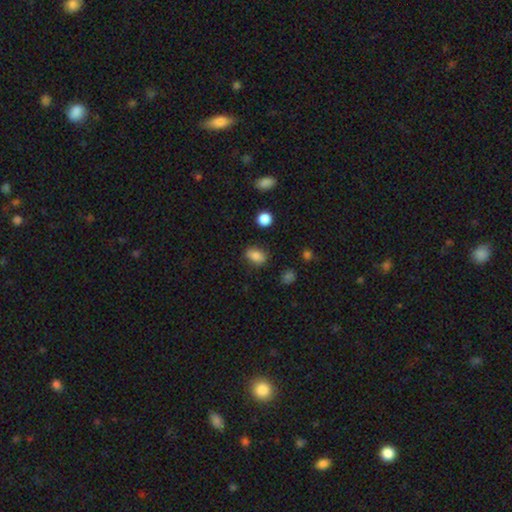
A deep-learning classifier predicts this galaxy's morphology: A smooth galaxy with no disk features (84%) that is in between round and cigar-shaped (79%). Merging: none (80%).